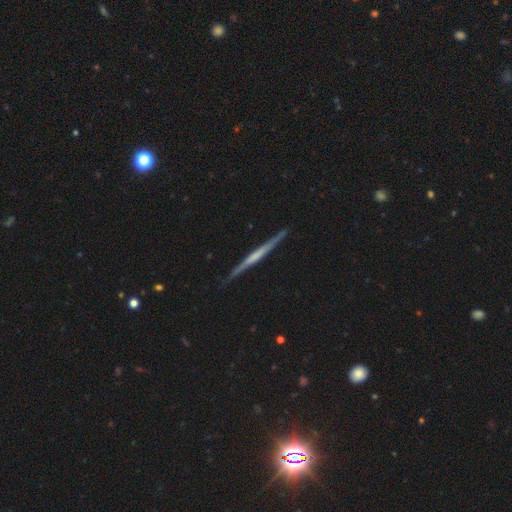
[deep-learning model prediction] This appears to be a featured or disk galaxy (67%) viewed edge-on (98%) with no central bulge (67%). Merging: none (88%).